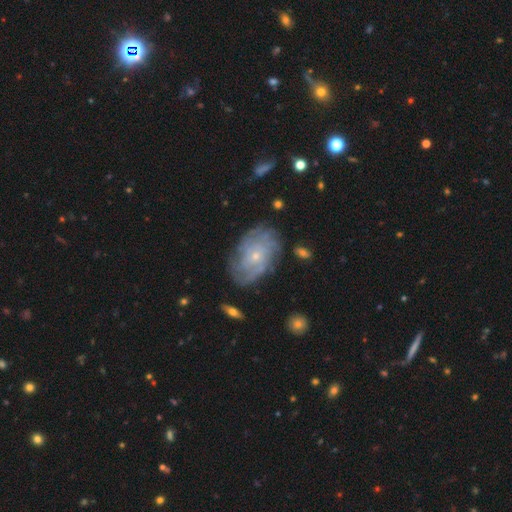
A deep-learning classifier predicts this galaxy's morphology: Smooth or featured: featured or disk — 75% (smooth — 17%)
Edge-on disk: no — 96% (yes — 4%)
Bar: no — 80% (weak — 17%)
Spiral arms: yes — 87% (no — 13%)
Spiral winding: tight — 63% (medium — 26%)
Spiral arm count: can't tell — 52% (4 — 13%)
Bulge size: small — 79% (moderate — 17%)
Merging: none — 73% (minor disturbance — 18%)